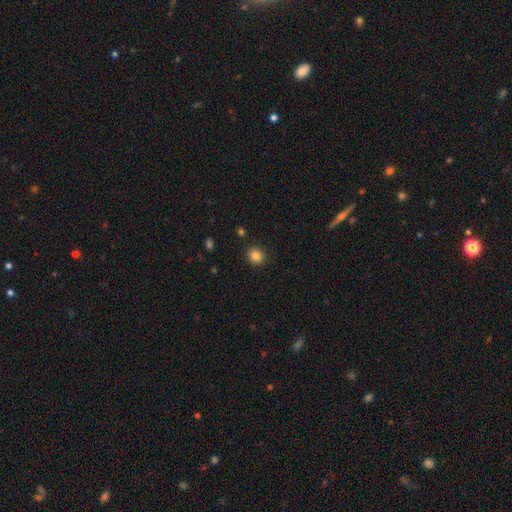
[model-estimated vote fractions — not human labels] This is clearly a smooth galaxy (84%). How rounded: clearly round (83%). Merging: clearly none (90%).